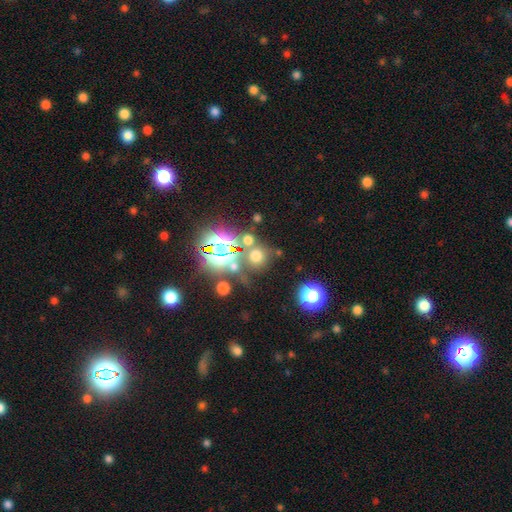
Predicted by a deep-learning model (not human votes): smooth 52%, star or artifact 39%, featured or disk 9%. Down the decision tree: how rounded — round (88%); merging — none (71%).